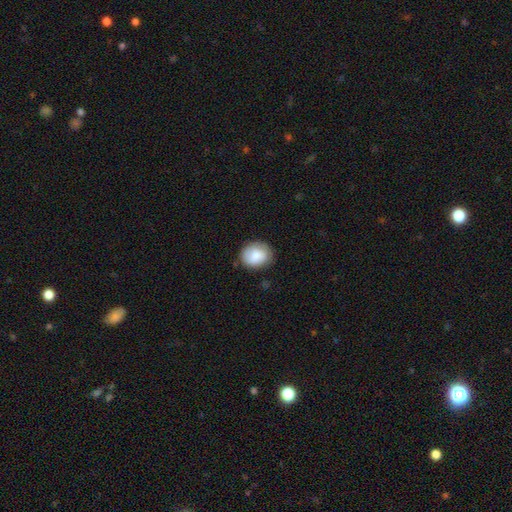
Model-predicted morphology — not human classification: smooth-or-featured: smooth: 79% | featured or disk: 14% | star or artifact: 7%
  how-rounded: round: 59% | in between: 40% | cigar-shaped: 1%
  merging: none: 76% | minor disturbance: 18% | major disturbance: 4% | merger: 2%